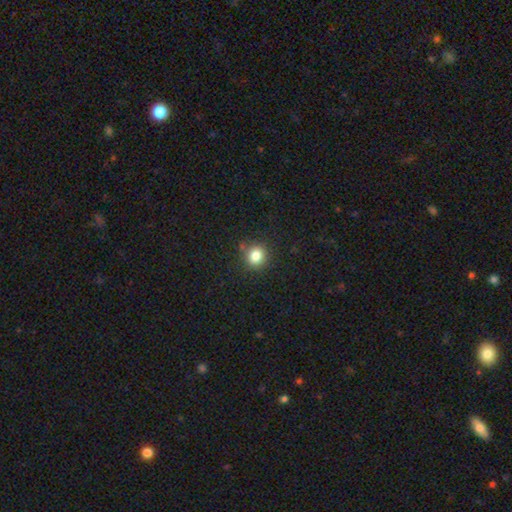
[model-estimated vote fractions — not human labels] smooth 83%, star or artifact 12%, featured or disk 5%. Down the decision tree: how rounded — round (84%); merging — none (86%).